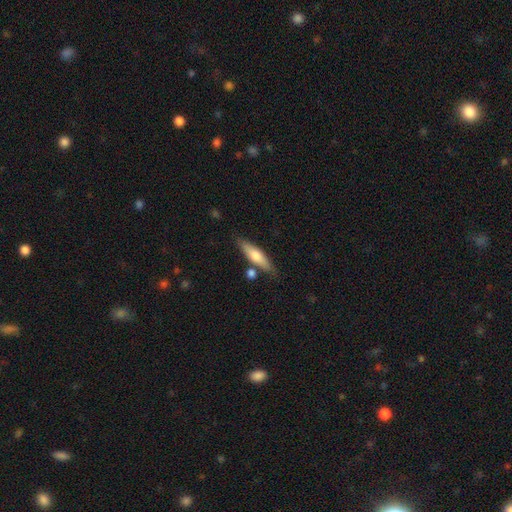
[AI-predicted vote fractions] Q: Smooth or featured?
A: smooth (63%); runner-up: featured or disk (32%)
Q: How rounded?
A: cigar-shaped (67%); runner-up: in between (31%)
Q: Merging?
A: none (75%); runner-up: minor disturbance (13%)